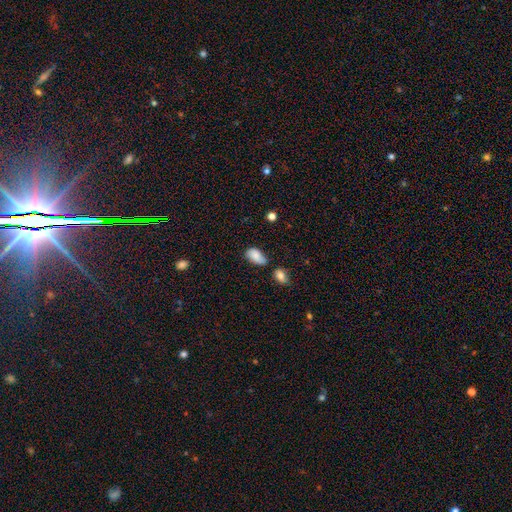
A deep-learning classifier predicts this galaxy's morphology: Smooth or featured?
  - smooth: 84% *
  - star or artifact: 8%
  - featured or disk: 8%
How rounded?
  - in between: 93% *
  - round: 4%
  - cigar-shaped: 2%
Merging?
  - none: 50% *
  - minor disturbance: 32%
  - merger: 10%
  - major disturbance: 7%